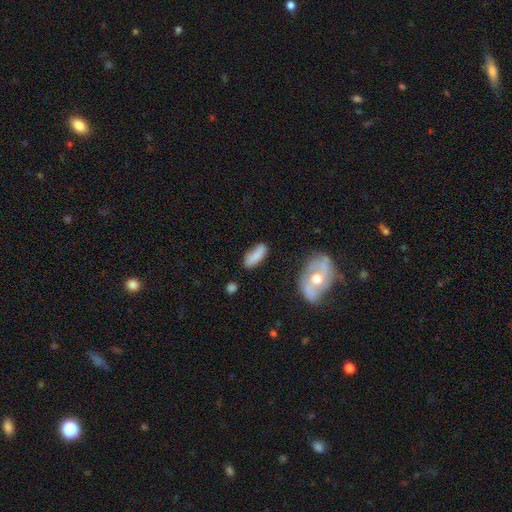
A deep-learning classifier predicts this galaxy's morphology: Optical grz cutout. It shows a smooth galaxy with no disk features (79%) that is in between round and cigar-shaped (65%). Merging: none (71%).